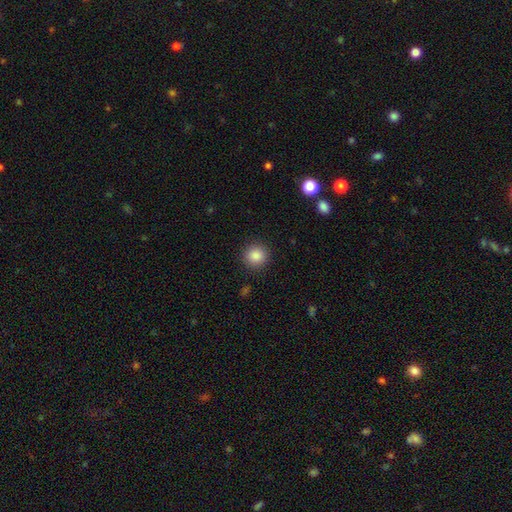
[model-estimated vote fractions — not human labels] smooth_or_featured: smooth (p=0.87) [alt: star or artifact p=0.09]
how_rounded: round (p=0.93) [alt: in between p=0.07]
merging: none (p=0.91) [alt: minor disturbance p=0.06]